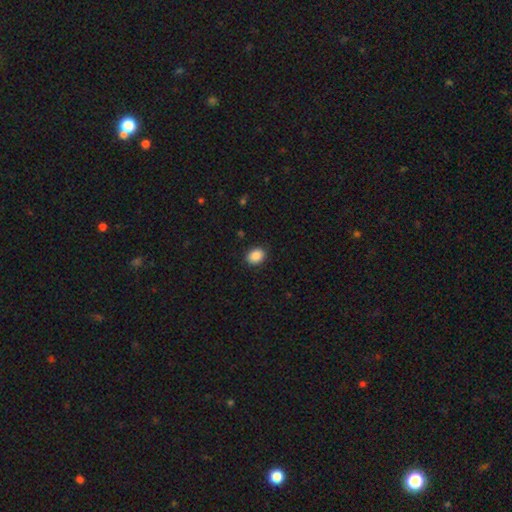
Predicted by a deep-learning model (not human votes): smooth-or-featured: smooth: 89% | star or artifact: 8% | featured or disk: 3%
  how-rounded: in between: 55% | round: 44% | cigar-shaped: 1%
  merging: none: 90% | minor disturbance: 7% | major disturbance: 2% | merger: 1%